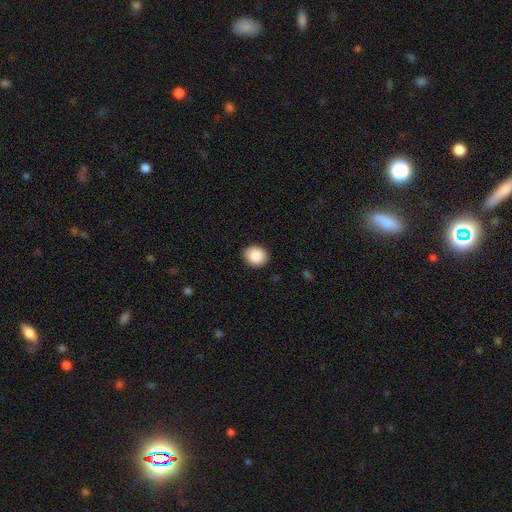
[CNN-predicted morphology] smooth_or_featured: smooth (p=0.89) [alt: star or artifact p=0.08]
how_rounded: round (p=0.70) [alt: in between p=0.29]
merging: none (p=0.89) [alt: minor disturbance p=0.08]